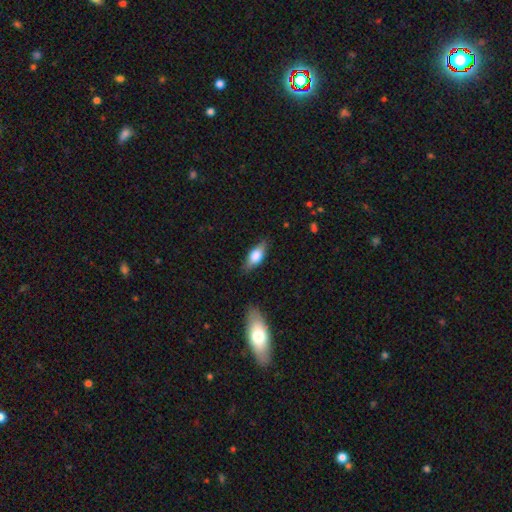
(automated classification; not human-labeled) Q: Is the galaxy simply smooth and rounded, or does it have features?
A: smooth — 66%.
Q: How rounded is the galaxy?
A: in between — 75%.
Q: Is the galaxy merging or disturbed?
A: none — 82%.